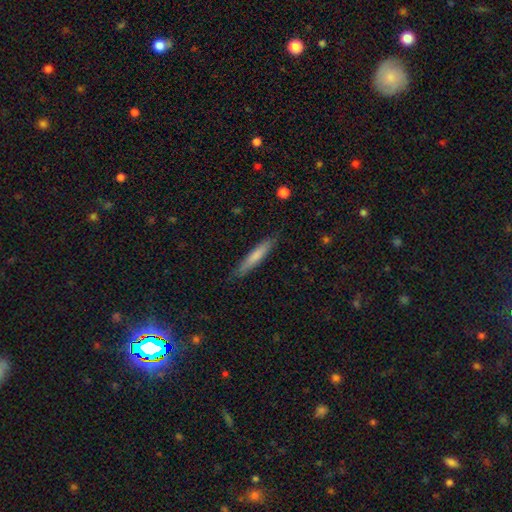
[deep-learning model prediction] Morphology: type=smooth (71%); roundness=cigar-shaped (91%); merging=none (85%).